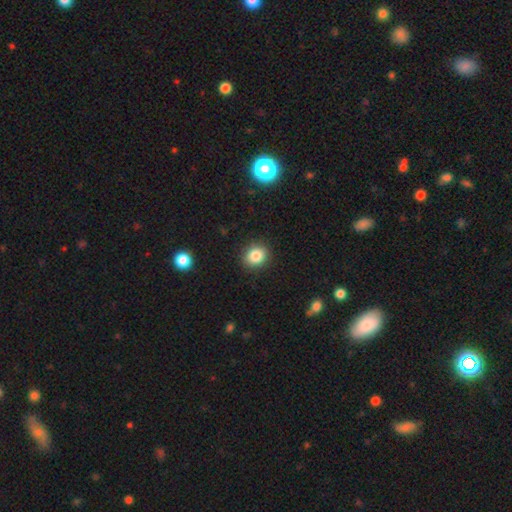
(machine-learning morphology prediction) smooth_or_featured: smooth (p=0.84) [alt: star or artifact p=0.10]
how_rounded: round (p=0.75) [alt: in between p=0.25]
merging: none (p=0.90) [alt: minor disturbance p=0.07]